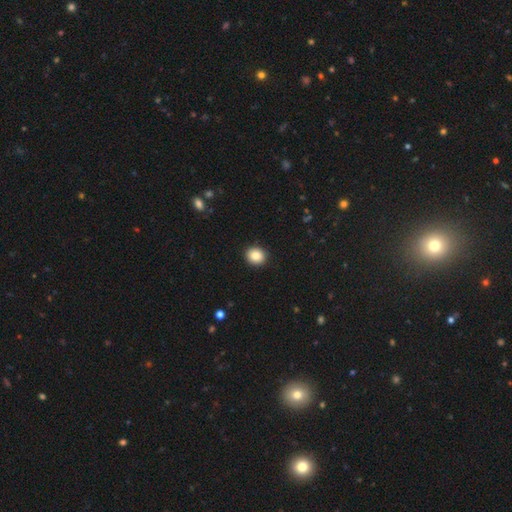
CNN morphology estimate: Smooth or featured? Predicted: smooth (p=0.86). How rounded? Predicted: round (p=0.79). Merging? Predicted: none (p=0.92).